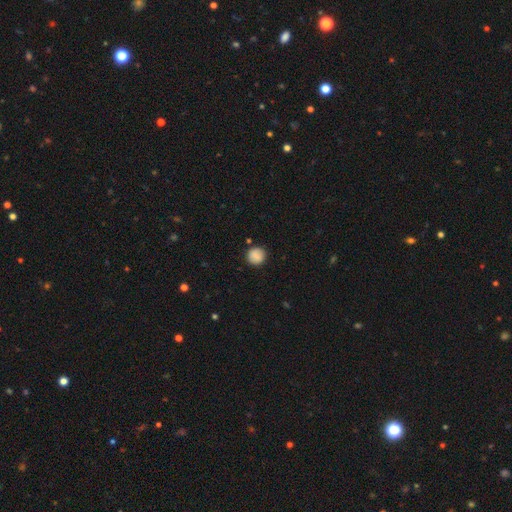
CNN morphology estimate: This appears to be a smooth galaxy with no disk features (88%) that is round (93%). Merging: none (88%).